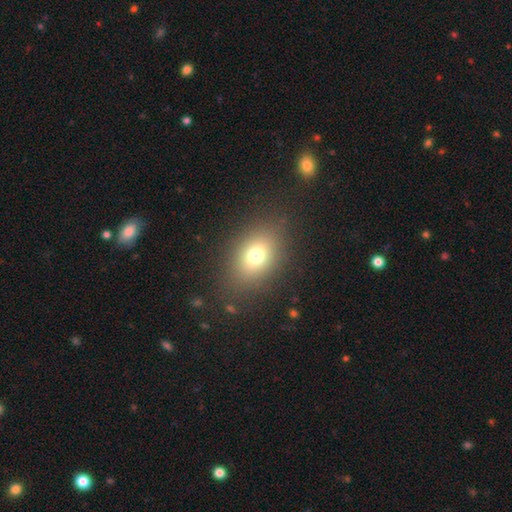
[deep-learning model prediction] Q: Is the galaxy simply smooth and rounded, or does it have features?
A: smooth — 73%.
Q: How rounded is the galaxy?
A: in between — 69%.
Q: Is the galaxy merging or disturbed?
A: none — 83%.